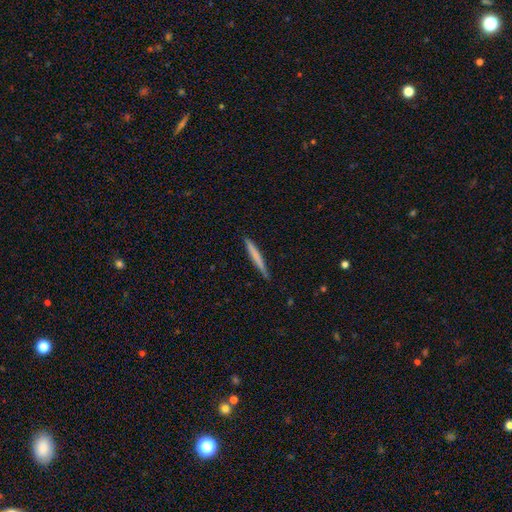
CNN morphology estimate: Smooth or featured? smooth (68%)
How rounded? cigar-shaped (97%)
Merging? none (88%)